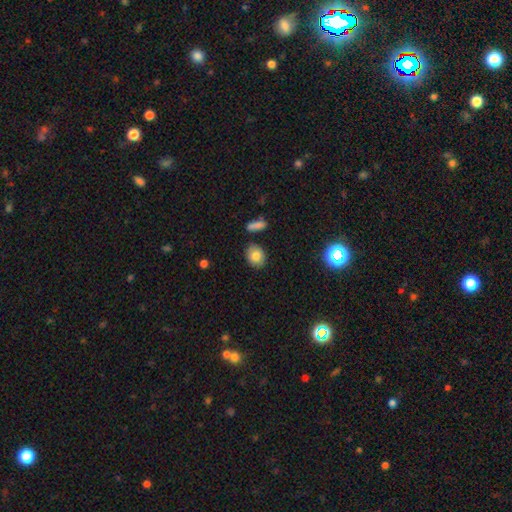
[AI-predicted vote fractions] Smooth or featured? Predicted: smooth (p=0.81). How rounded? Predicted: in between (p=0.51). Merging? Predicted: none (p=0.82).